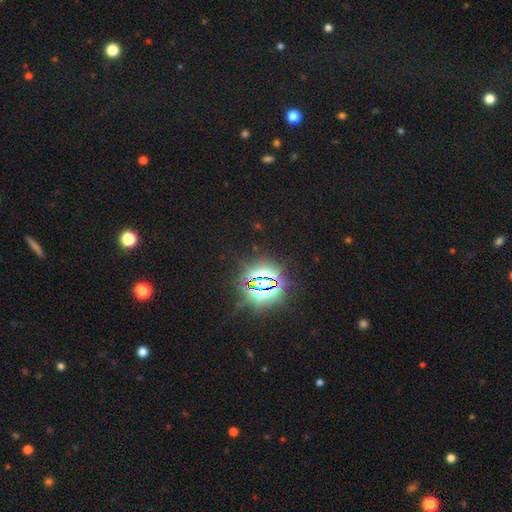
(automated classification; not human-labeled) smooth_or_featured: star or artifact (p=0.82) [alt: smooth p=0.12]